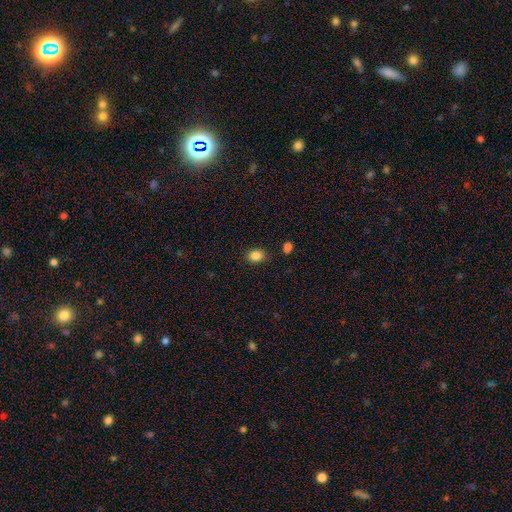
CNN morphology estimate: smooth-or-featured: smooth: 85% | star or artifact: 10% | featured or disk: 5%
  how-rounded: in between: 62% | round: 37% | cigar-shaped: 1%
  merging: none: 83% | minor disturbance: 11% | major disturbance: 3% | merger: 3%